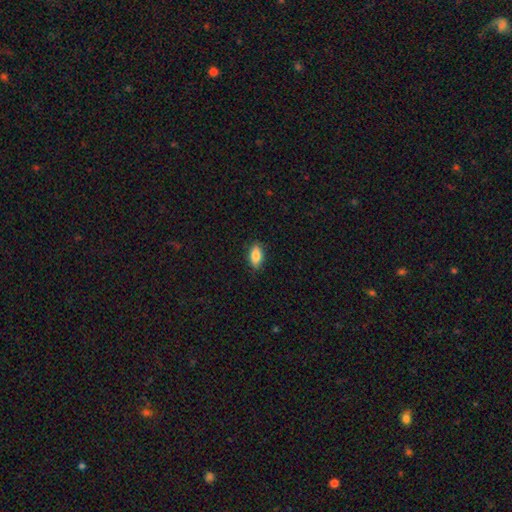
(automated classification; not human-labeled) Smooth or featured? smooth (85%)
How rounded? in between (89%)
Merging? none (86%)